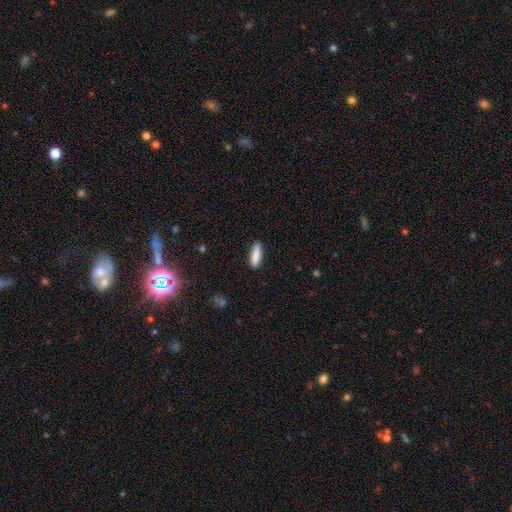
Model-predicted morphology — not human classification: Q: Smooth or featured?
A: smooth (87%); runner-up: featured or disk (7%)
Q: How rounded?
A: cigar-shaped (60%); runner-up: in between (38%)
Q: Merging?
A: none (85%); runner-up: minor disturbance (12%)